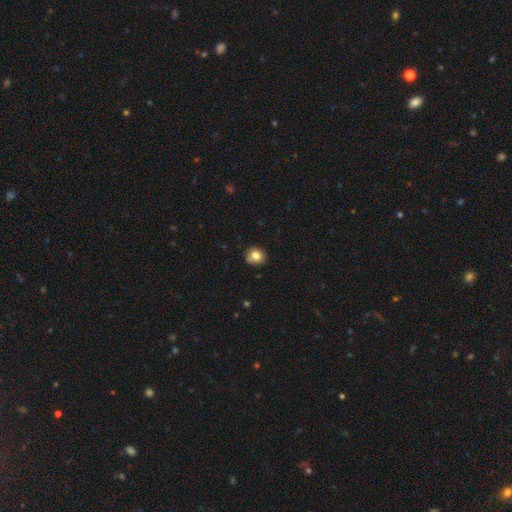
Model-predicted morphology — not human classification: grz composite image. It shows a smooth galaxy with no disk features (79%) that is round (79%). Merging: none (79%).